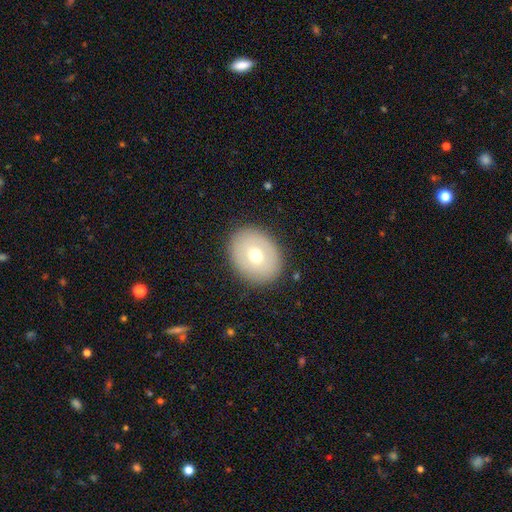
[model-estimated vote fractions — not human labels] Smooth or featured?
  - smooth: 63% *
  - featured or disk: 28%
  - star or artifact: 9%
How rounded?
  - in between: 50% *
  - round: 49%
  - cigar-shaped: 1%
Merging?
  - none: 87% *
  - minor disturbance: 9%
  - major disturbance: 3%
  - merger: 1%